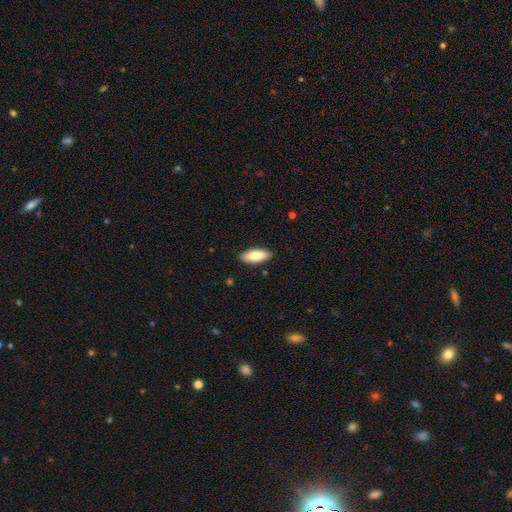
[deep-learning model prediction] smooth-or-featured: smooth: 82% | featured or disk: 12% | star or artifact: 6%
  how-rounded: in between: 80% | cigar-shaped: 18% | round: 2%
  merging: none: 88% | minor disturbance: 9% | major disturbance: 2% | merger: 1%